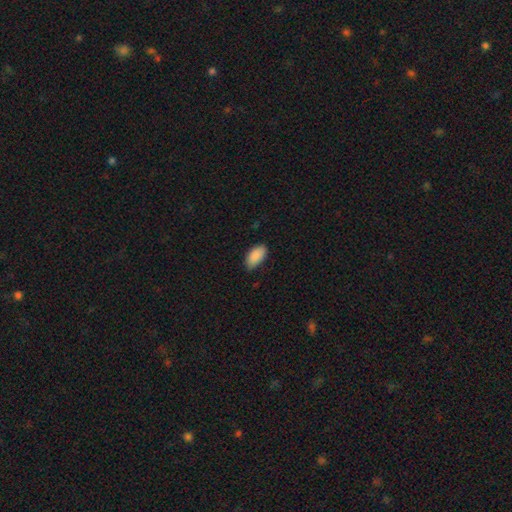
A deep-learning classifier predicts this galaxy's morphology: This is clearly a smooth galaxy (90%). How rounded: clearly in between (94%). Merging: likely none (73%).